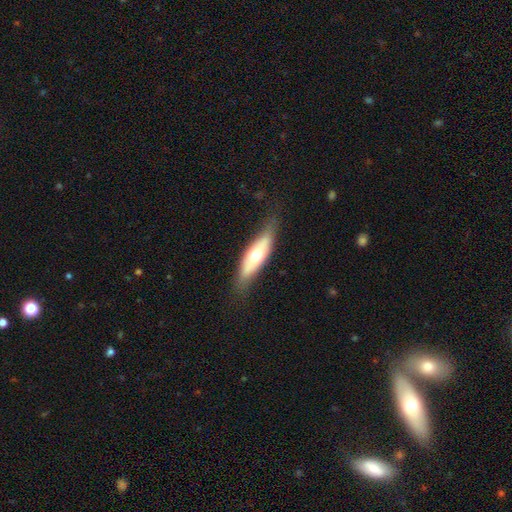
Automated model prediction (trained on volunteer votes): A smooth galaxy with no disk features (55%) that is in between round and cigar-shaped (54%). Merging: none (73%).